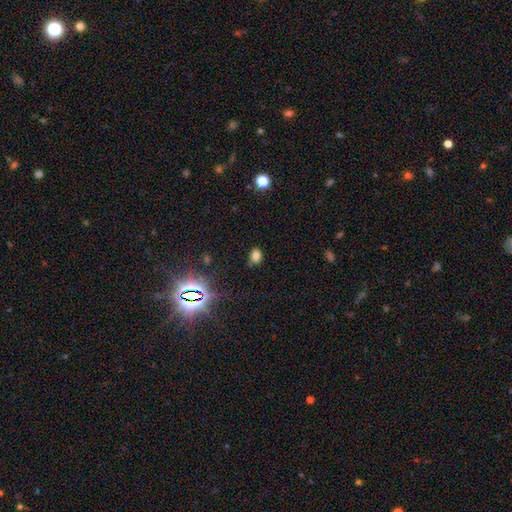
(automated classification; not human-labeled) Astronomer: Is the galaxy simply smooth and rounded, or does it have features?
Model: smooth — 73%.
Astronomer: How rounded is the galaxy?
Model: in between — 78%.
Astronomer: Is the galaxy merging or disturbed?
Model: none — 78%.